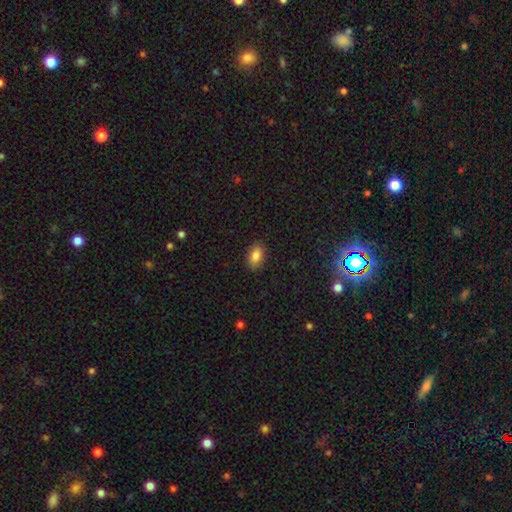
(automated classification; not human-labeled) Smooth or featured? Predicted: smooth (p=0.86). How rounded? Predicted: in between (p=0.91). Merging? Predicted: none (p=0.88).